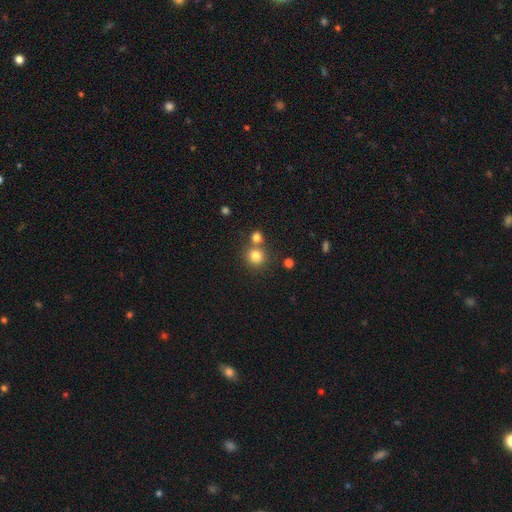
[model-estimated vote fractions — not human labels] Smooth or featured? smooth (80%)
How rounded? round (89%)
Merging? none (63%)